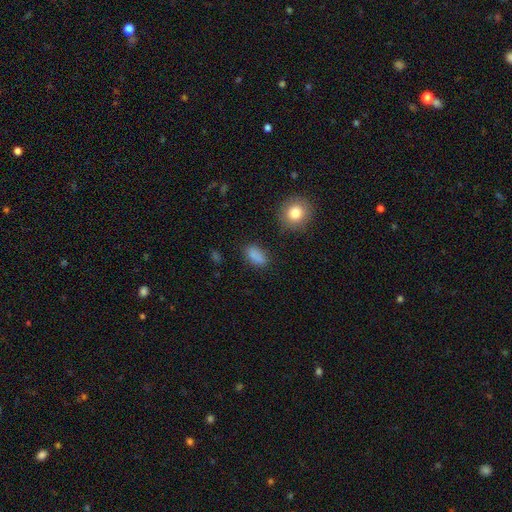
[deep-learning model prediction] smooth_or_featured: smooth (p=0.86) [alt: star or artifact p=0.10]
how_rounded: in between (p=0.89) [alt: round p=0.07]
merging: none (p=0.80) [alt: minor disturbance p=0.13]